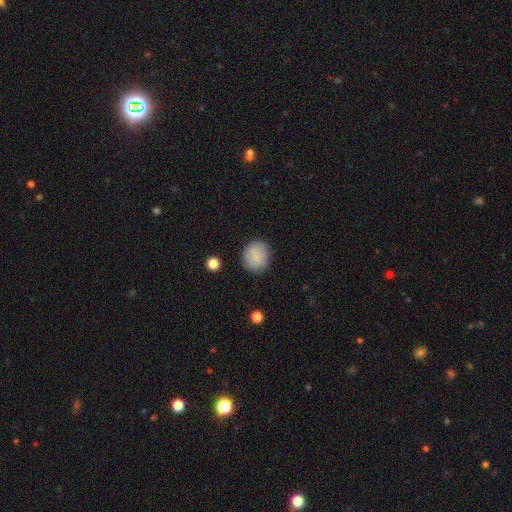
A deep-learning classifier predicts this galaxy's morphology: This is clearly a smooth galaxy (84%). How rounded: likely round (72%). Merging: clearly none (84%).